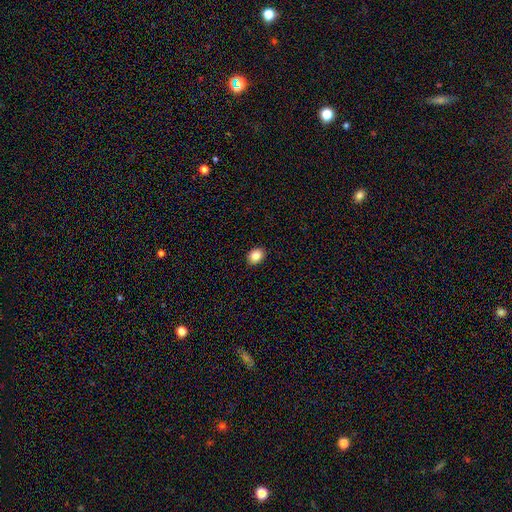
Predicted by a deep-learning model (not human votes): A smooth galaxy with no disk features (85%) that is in between round and cigar-shaped (60%). Merging: none (91%).